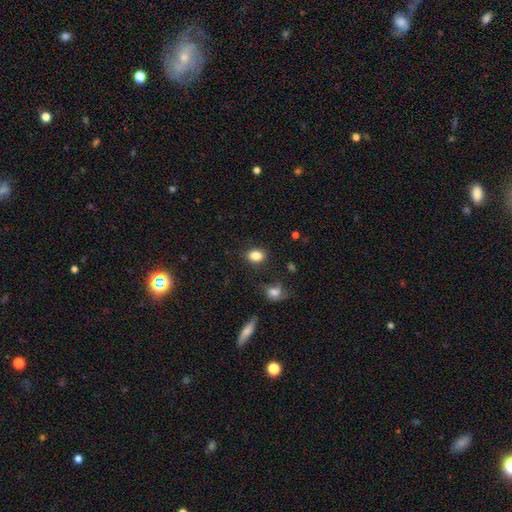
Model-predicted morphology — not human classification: The model was most divided on "how rounded": in between: 68%, round: 30%, cigar-shaped: 1%. More confident: smooth or featured — smooth (85%); merging — none (83%).